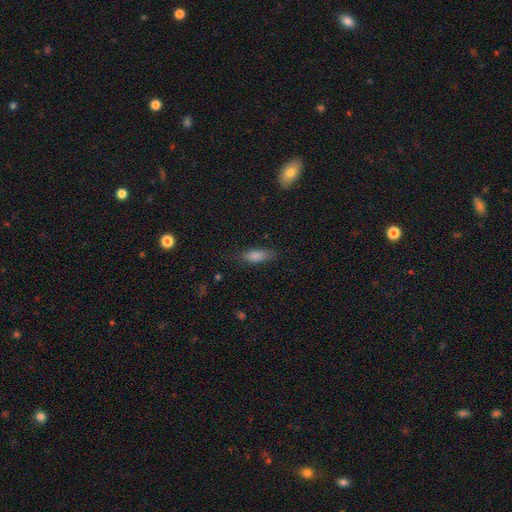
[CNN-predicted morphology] Smooth or featured?
  - smooth: 77% *
  - featured or disk: 13%
  - star or artifact: 9%
How rounded?
  - in between: 60% *
  - cigar-shaped: 37%
  - round: 3%
Merging?
  - none: 79% *
  - minor disturbance: 15%
  - major disturbance: 4%
  - merger: 2%